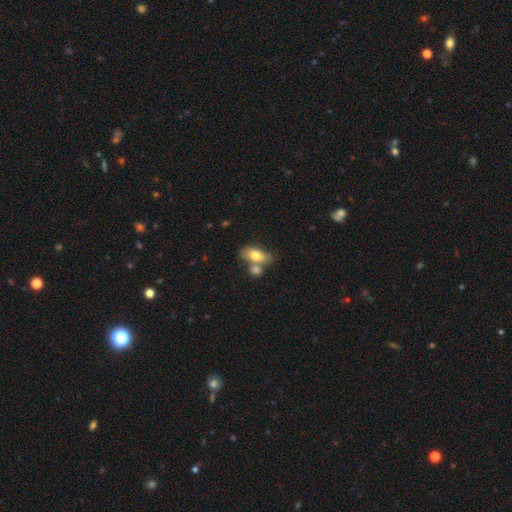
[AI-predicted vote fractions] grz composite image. It shows a smooth galaxy with no disk features (74%) that is in between round and cigar-shaped (86%). Merging: none (42%).